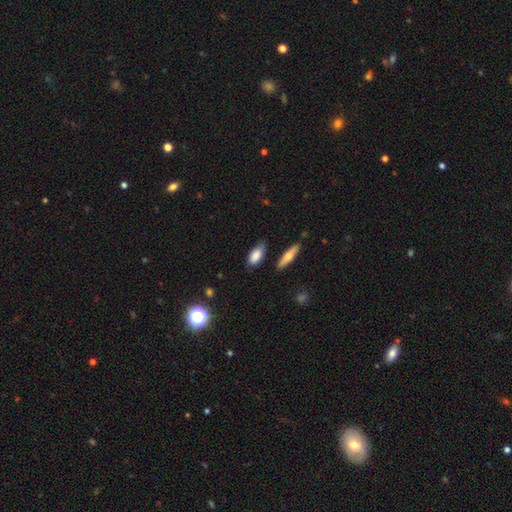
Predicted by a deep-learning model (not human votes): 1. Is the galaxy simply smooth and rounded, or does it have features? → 82% smooth, 10% featured or disk, 8% star or artifact.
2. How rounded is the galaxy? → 84% in between, 12% cigar-shaped, 4% round.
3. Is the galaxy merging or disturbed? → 70% none, 23% minor disturbance, 4% major disturbance, 3% merger.